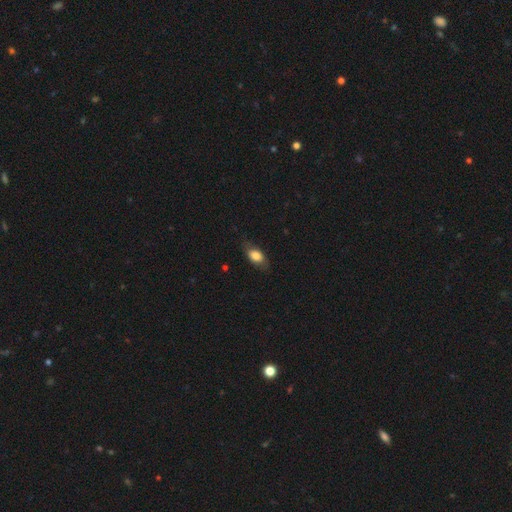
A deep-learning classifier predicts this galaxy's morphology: smooth-or-featured: smooth: 76% | featured or disk: 17% | star or artifact: 7%
  how-rounded: in between: 84% | round: 9% | cigar-shaped: 7%
  merging: none: 74% | minor disturbance: 20% | major disturbance: 6% | merger: 1%